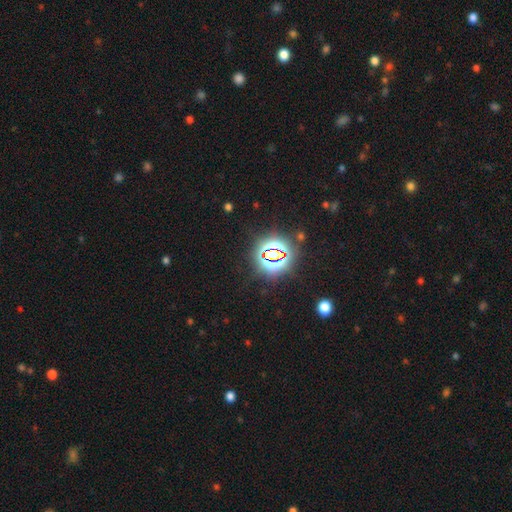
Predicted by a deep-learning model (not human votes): star or artifact 79%, smooth 13%, featured or disk 8%.